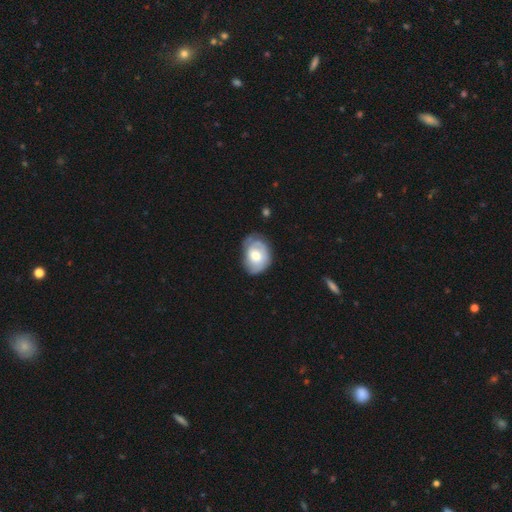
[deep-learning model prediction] Smooth or featured? Predicted: smooth (p=0.50). Merging? Predicted: none (p=0.55).